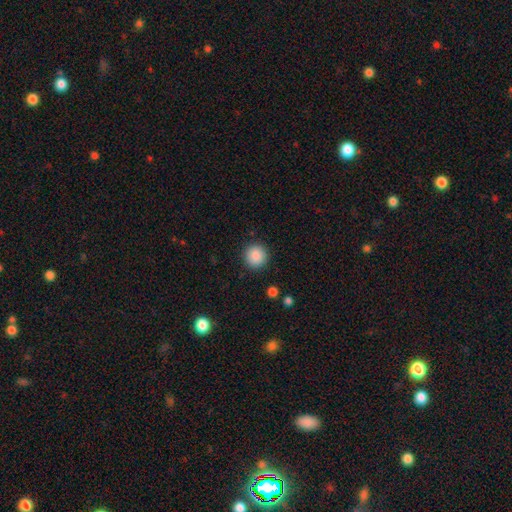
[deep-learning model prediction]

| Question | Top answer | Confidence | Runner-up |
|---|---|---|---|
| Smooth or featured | smooth | 88% | star or artifact (8%) |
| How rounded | round | 94% | in between (5%) |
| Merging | none | 91% | minor disturbance (6%) |